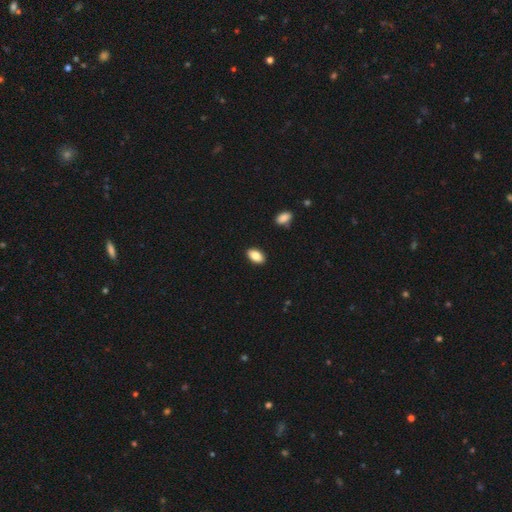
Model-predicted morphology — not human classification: Smooth or featured? Predicted: smooth (p=0.84). How rounded? Predicted: in between (p=0.92). Merging? Predicted: none (p=0.90).